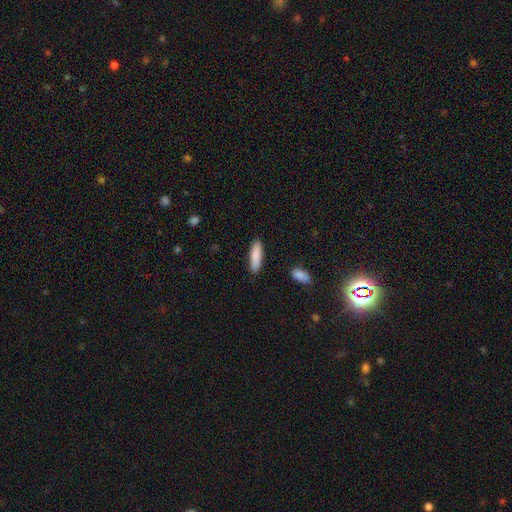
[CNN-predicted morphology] Smooth or featured? Predicted: smooth (p=0.87). How rounded? Predicted: cigar-shaped (p=0.66). Merging? Predicted: none (p=0.87).